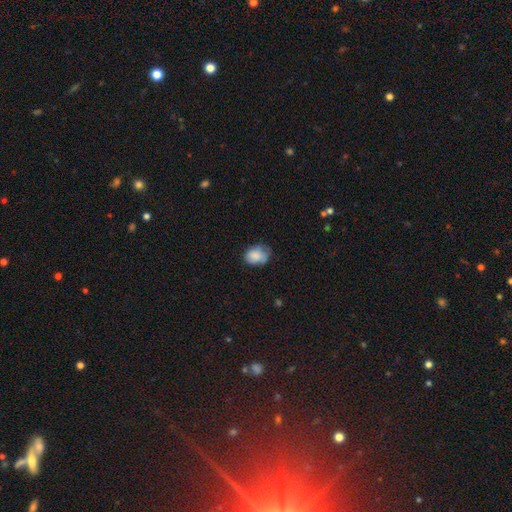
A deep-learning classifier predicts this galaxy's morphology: smooth 83%, featured or disk 9%, star or artifact 8%. Down the decision tree: how rounded — in between (67%); merging — none (55%).